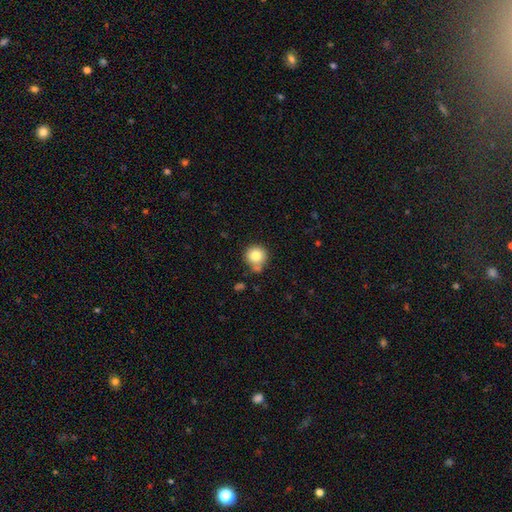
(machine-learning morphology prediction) Overall: smooth (82%). How rounded: round (93%). Merging: none (67%).